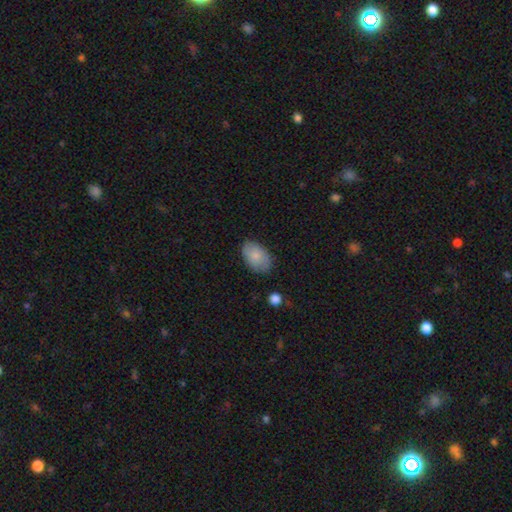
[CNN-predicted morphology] smooth 79%, featured or disk 14%, star or artifact 6%. Down the decision tree: how rounded — in between (91%); merging — none (81%).